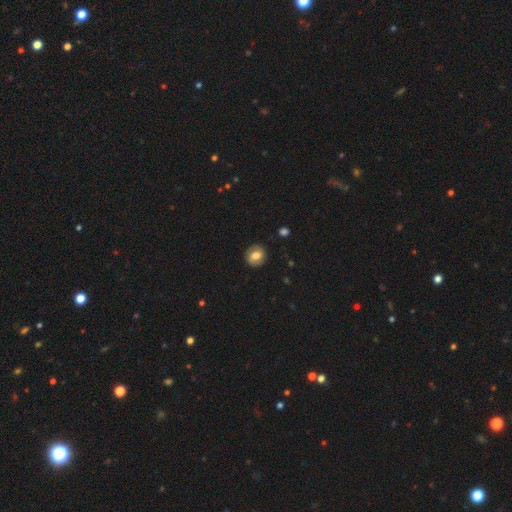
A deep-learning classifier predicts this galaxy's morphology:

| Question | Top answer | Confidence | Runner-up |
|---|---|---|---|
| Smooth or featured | smooth | 63% | featured or disk (28%) |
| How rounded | round | 77% | in between (22%) |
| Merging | none | 87% | minor disturbance (9%) |